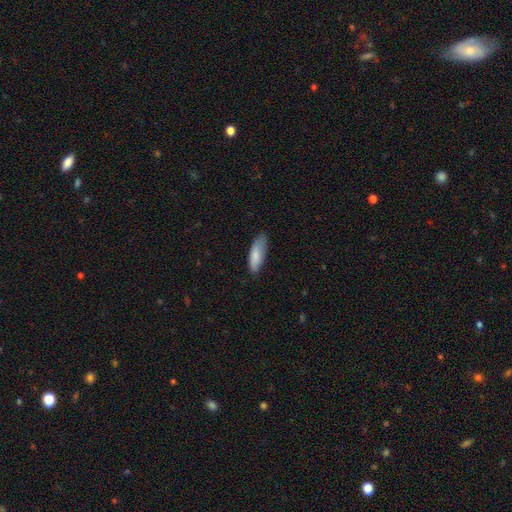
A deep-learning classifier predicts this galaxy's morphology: type=smooth (83%); roundness=in between (61%); merging=none (72%).